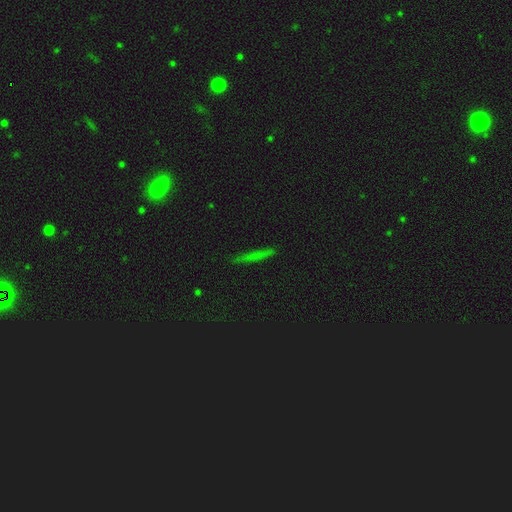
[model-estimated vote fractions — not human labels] Smooth or featured?
  - smooth: 55% *
  - featured or disk: 27%
  - star or artifact: 19%
How rounded?
  - cigar-shaped: 91% *
  - in between: 5%
  - round: 3%
Merging?
  - none: 87% *
  - minor disturbance: 9%
  - major disturbance: 2%
  - merger: 2%